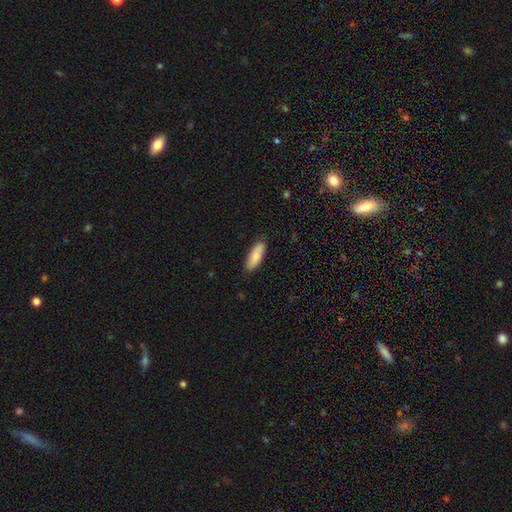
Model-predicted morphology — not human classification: This is clearly a smooth galaxy (81%). How rounded: possibly in between (59%). Merging: clearly none (86%).